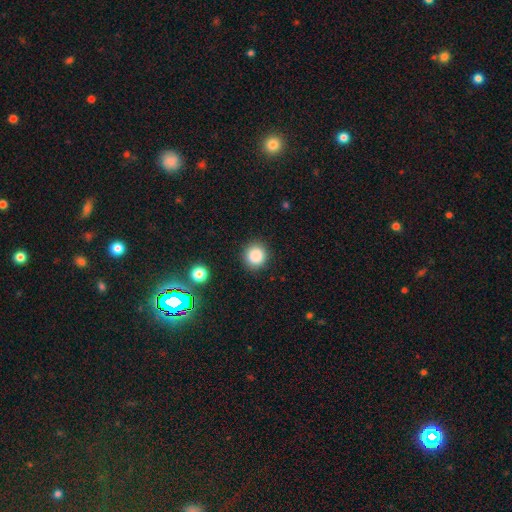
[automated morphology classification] A smooth galaxy with no disk features (86%) that is round (90%).

Vote fractions:
- Smooth or featured? smooth: 86% / star or artifact: 10% / featured or disk: 4%
- How rounded? round: 90% / in between: 9% / cigar-shaped: 1%
- Merging? none: 89% / minor disturbance: 7% / major disturbance: 2% / merger: 1%